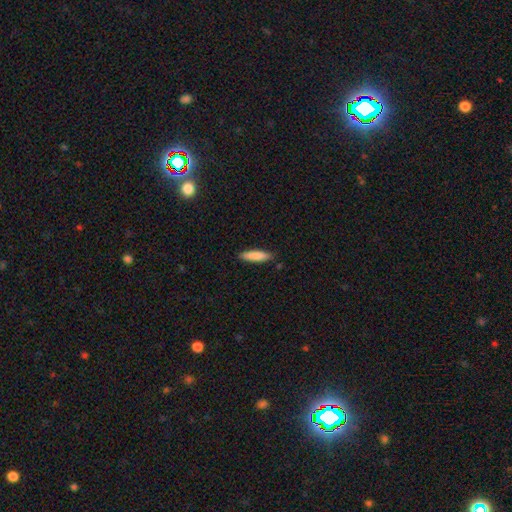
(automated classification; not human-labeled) A smooth galaxy with no disk features (85%) that is cigar-shaped (78%).

Vote fractions:
- Smooth or featured? smooth: 85% / featured or disk: 9% / star or artifact: 6%
- How rounded? cigar-shaped: 78% / in between: 21% / round: 1%
- Merging? none: 88% / minor disturbance: 9% / major disturbance: 2% / merger: 1%